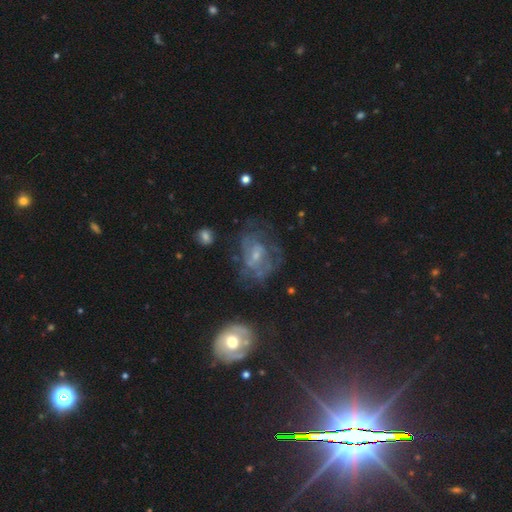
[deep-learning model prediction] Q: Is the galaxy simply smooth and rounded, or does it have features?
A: featured or disk — 65%.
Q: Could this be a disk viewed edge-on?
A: no — 97%.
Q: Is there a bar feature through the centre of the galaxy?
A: no — 56%.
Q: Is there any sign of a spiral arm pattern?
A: yes — 60%.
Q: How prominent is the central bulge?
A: small — 58%.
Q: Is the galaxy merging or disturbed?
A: none — 46%.